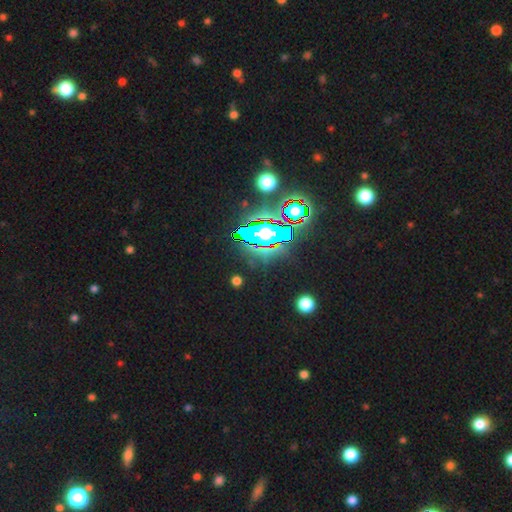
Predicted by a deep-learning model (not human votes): star or artifact 84%, smooth 9%, featured or disk 7%.